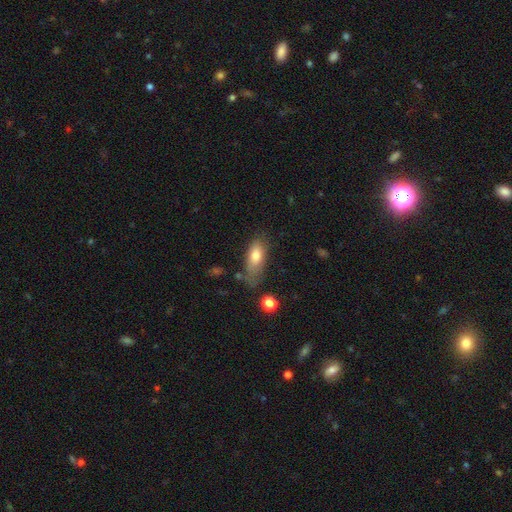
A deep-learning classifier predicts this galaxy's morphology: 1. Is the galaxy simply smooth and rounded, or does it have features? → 75% smooth, 17% featured or disk, 7% star or artifact.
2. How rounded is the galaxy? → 81% in between, 15% cigar-shaped, 4% round.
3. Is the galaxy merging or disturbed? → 53% none, 29% minor disturbance, 12% major disturbance, 5% merger.